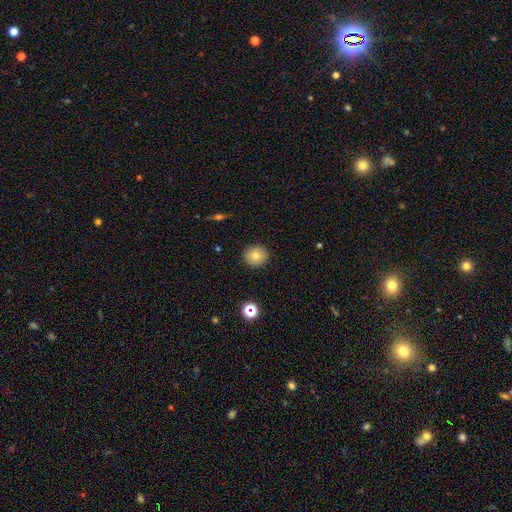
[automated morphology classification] Smooth or featured? smooth (77%)
How rounded? round (86%)
Merging? none (90%)